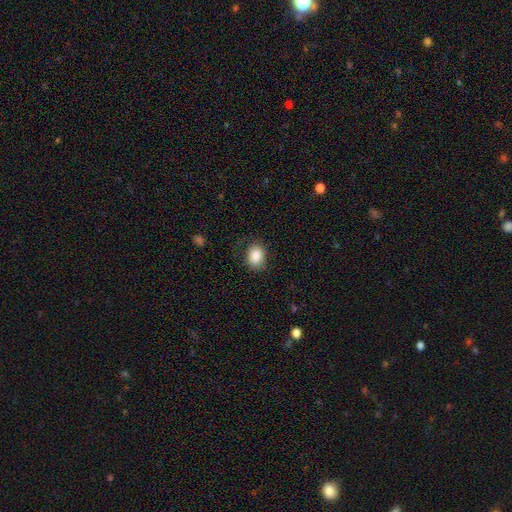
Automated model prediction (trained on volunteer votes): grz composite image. It shows a smooth galaxy with no disk features (87%) that is in between round and cigar-shaped (59%). Merging: none (79%).